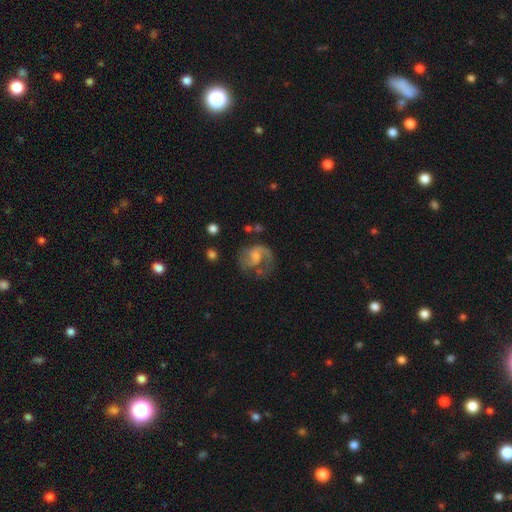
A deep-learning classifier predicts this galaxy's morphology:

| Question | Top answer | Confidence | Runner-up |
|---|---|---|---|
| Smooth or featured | featured or disk | 76% | smooth (17%) |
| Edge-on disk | no | 98% | yes (2%) |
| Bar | no | 49% | weak (43%) |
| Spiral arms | yes | 92% | no (8%) |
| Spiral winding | medium | 48% | loose (37%) |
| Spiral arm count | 2 | 61% | 1 (30%) |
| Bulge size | small | 34% | moderate (33%) |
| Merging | none | 51% | major disturbance (26%) |